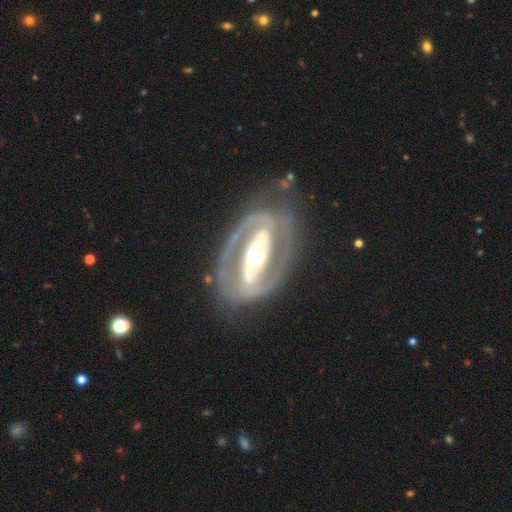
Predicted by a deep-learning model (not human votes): Smooth or featured?
  - featured or disk: 87% *
  - smooth: 9%
  - star or artifact: 4%
Edge-on disk?
  - no: 93% *
  - yes: 7%
Bar?
  - strong: 68% *
  - weak: 16%
  - no: 16%
Spiral arms?
  - yes: 74% *
  - no: 26%
Spiral winding?
  - tight: 46% *
  - medium: 39%
  - loose: 15%
Spiral arm count?
  - 2: 84% *
  - can't tell: 7%
  - 1: 5%
  - 3: 2%
  - 4: 1%
  - more than 4: 1%
Bulge size?
  - moderate: 62% *
  - large: 23%
  - small: 12%
  - dominant: 3%
  - none: 1%
Merging?
  - none: 69% *
  - minor disturbance: 17%
  - major disturbance: 12%
  - merger: 2%